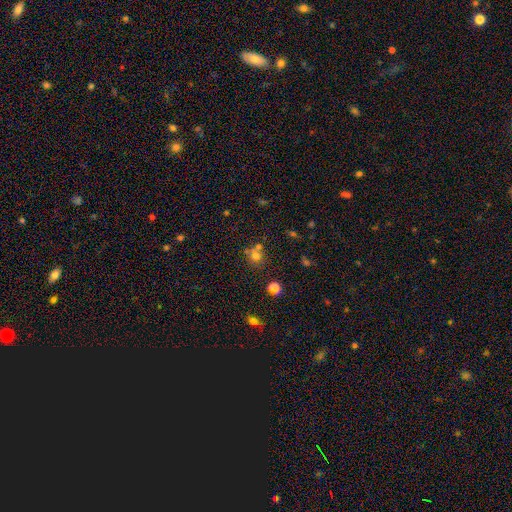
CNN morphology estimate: Smooth or featured: smooth — 65% (star or artifact — 21%)
How rounded: round — 84% (in between — 15%)
Merging: none — 57% (merger — 29%)